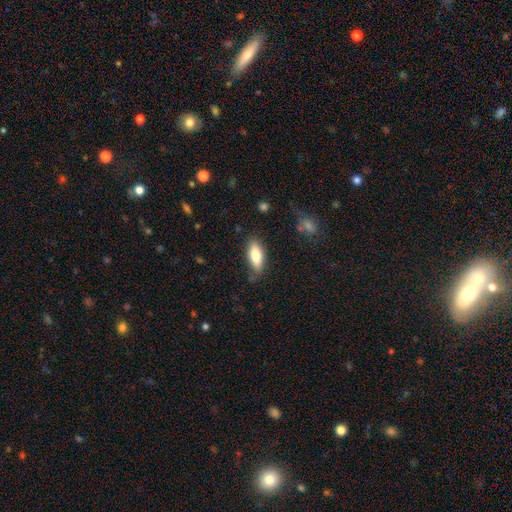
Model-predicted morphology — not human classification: This appears to be a smooth galaxy with no disk features (78%) that is in between round and cigar-shaped (73%). Merging: none (78%).